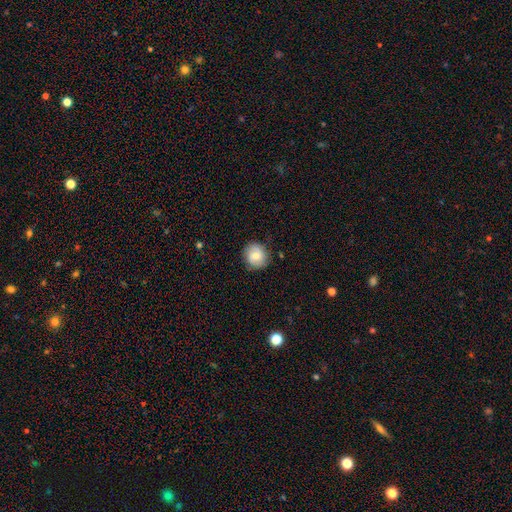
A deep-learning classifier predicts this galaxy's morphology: Smooth or featured: smooth — 62% (featured or disk — 30%)
How rounded: round — 84% (in between — 15%)
Merging: none — 83% (minor disturbance — 13%)